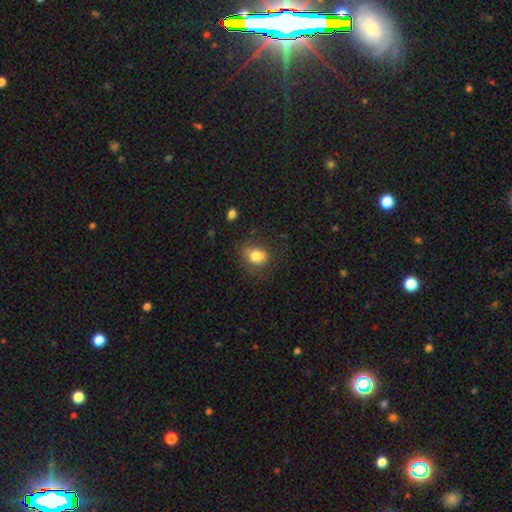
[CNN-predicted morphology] This appears to be a smooth galaxy with no disk features (80%) that is in between round and cigar-shaped (56%). Merging: none (66%).